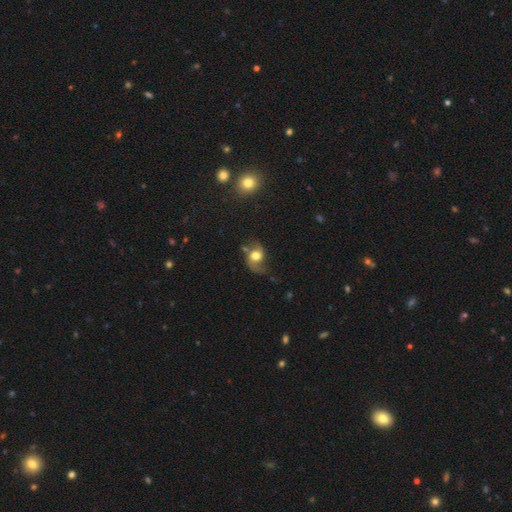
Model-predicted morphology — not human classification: The model was most divided on "smooth or featured" (2-way tie): smooth: 45%, featured or disk: 45%, star or artifact: 10%. Remaining: merging — none (47%).